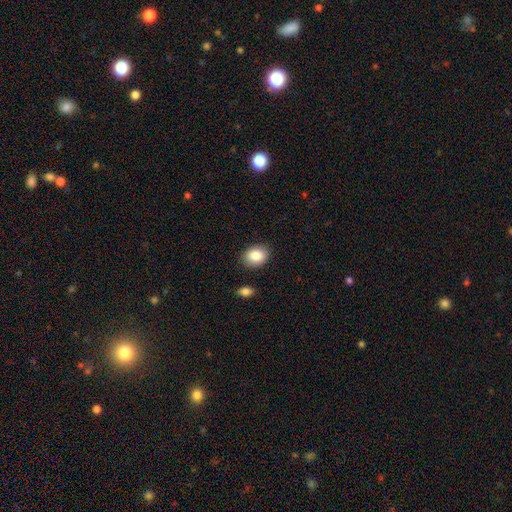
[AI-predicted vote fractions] Smooth or featured? Predicted: smooth (p=0.87). How rounded? Predicted: in between (p=0.62). Merging? Predicted: none (p=0.86).